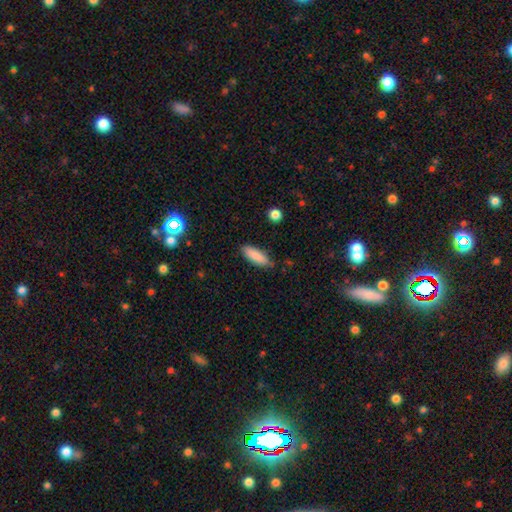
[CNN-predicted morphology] A smooth galaxy with no disk features (87%) that is in between round and cigar-shaped (57%). Merging: none (81%).